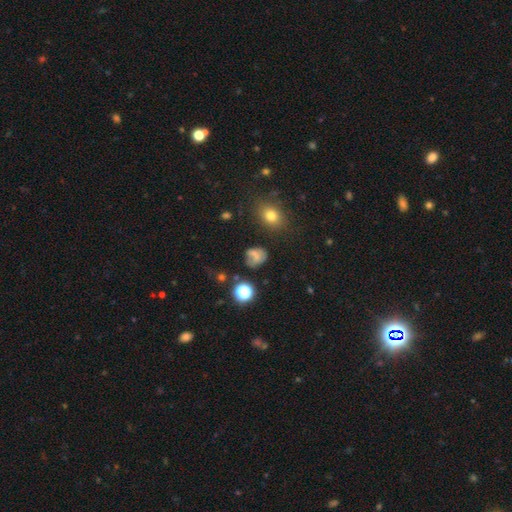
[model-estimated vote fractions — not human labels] Overall: smooth (57%; featured or disk 22%). How rounded: round (58%; in between 40%). Merging: none (54%; minor disturbance 23%).